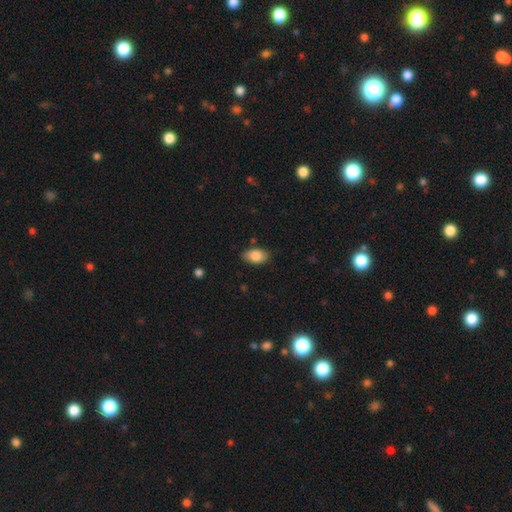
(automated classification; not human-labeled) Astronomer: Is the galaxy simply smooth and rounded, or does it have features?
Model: smooth — 85%.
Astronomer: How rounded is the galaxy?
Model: in between — 90%.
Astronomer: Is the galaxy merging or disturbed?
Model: none — 81%.